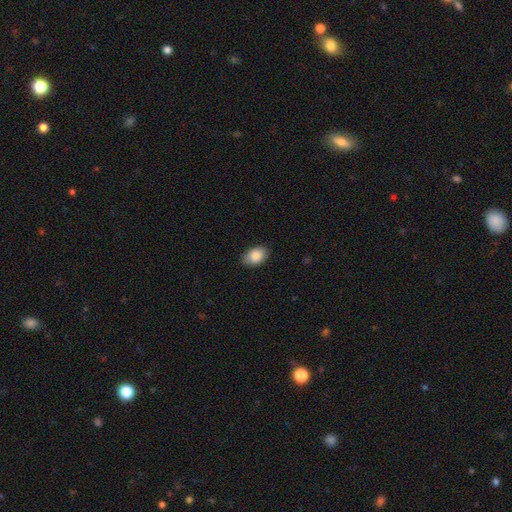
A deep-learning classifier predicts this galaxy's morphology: smooth-or-featured: smooth: 87% | star or artifact: 7% | featured or disk: 6%
  how-rounded: in between: 86% | round: 13% | cigar-shaped: 1%
  merging: none: 85% | minor disturbance: 12% | major disturbance: 2% | merger: 1%